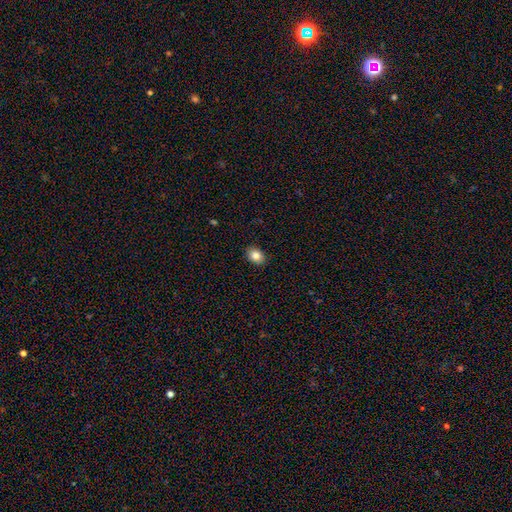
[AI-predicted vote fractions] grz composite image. It shows a smooth galaxy with no disk features (84%) that is in between round and cigar-shaped (65%). Merging: none (90%).